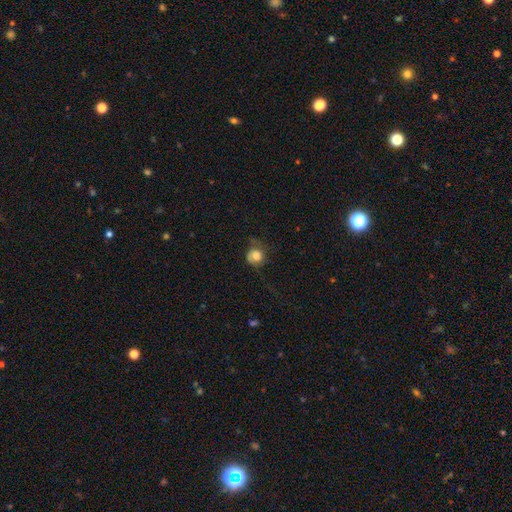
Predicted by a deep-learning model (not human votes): Q: Smooth or featured?
A: smooth (74%); runner-up: featured or disk (17%)
Q: How rounded?
A: round (83%); runner-up: in between (16%)
Q: Merging?
A: none (53%); runner-up: minor disturbance (24%)